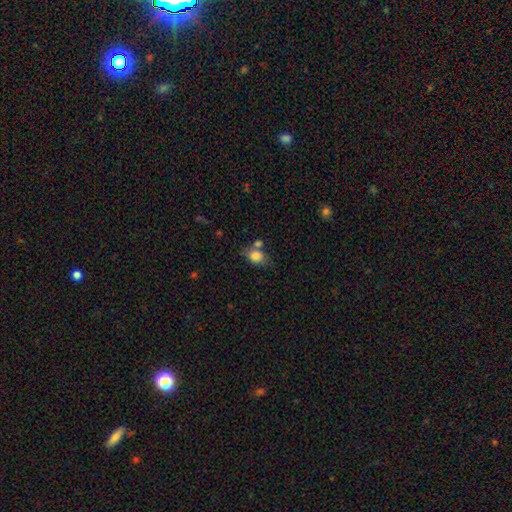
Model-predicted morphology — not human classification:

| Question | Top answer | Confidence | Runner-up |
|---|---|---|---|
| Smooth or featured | smooth | 82% | star or artifact (9%) |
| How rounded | in between | 73% | round (25%) |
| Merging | none | 50% | merger (23%) |